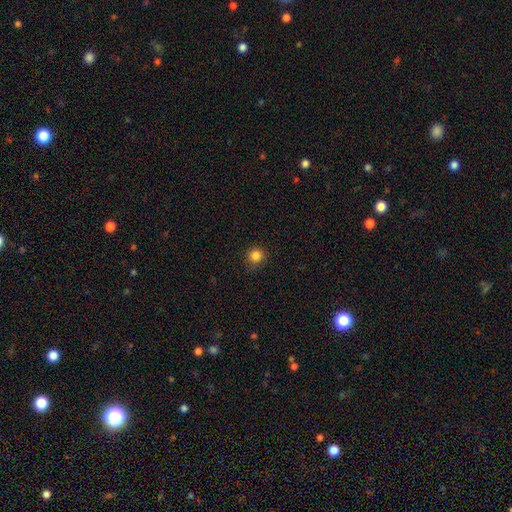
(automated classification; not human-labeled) The model was most divided on "smooth or featured": smooth: 84%, star or artifact: 12%, featured or disk: 4%. More confident: how rounded — round (91%); merging — none (85%).